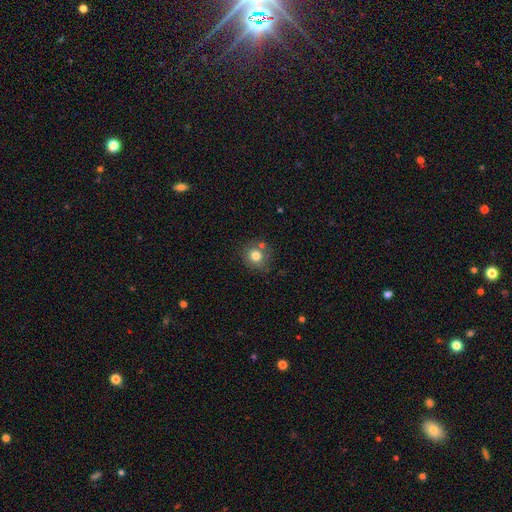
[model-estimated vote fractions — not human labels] smooth 79%, star or artifact 11%, featured or disk 10%. Down the decision tree: how rounded — round (88%); merging — none (69%).